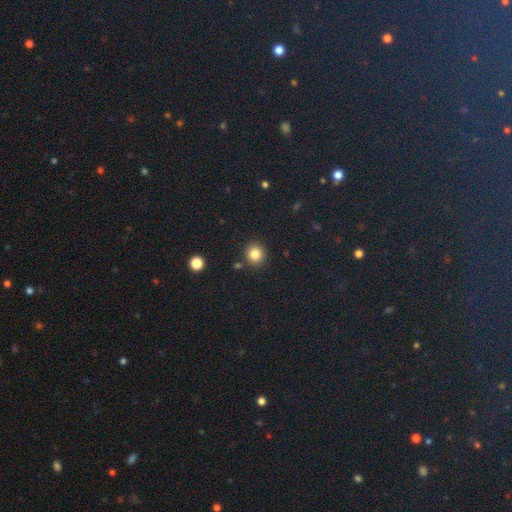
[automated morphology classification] The model was most divided on "smooth or featured": smooth: 82%, star or artifact: 13%, featured or disk: 5%. More confident: how rounded — round (91%); merging — none (88%).